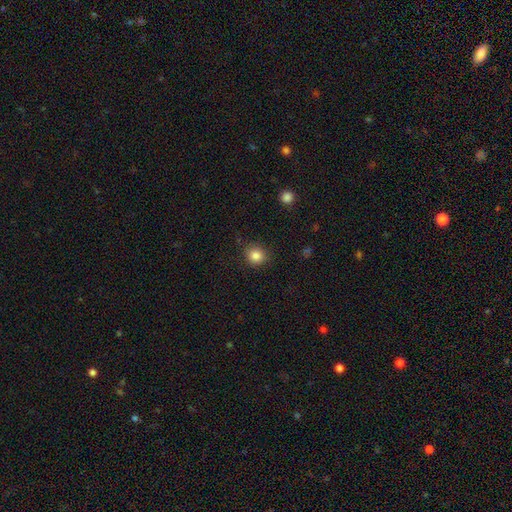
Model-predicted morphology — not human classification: A smooth galaxy with no disk features (84%) that is round (86%).

Vote fractions:
- Smooth or featured? smooth: 84% / star or artifact: 11% / featured or disk: 5%
- How rounded? round: 86% / in between: 13% / cigar-shaped: 1%
- Merging? none: 86% / minor disturbance: 10% / major disturbance: 3% / merger: 1%